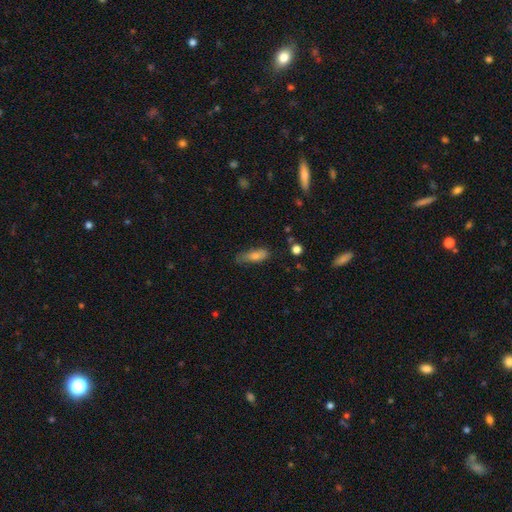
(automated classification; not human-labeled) Overall: smooth (67%). How rounded: cigar-shaped (49%; in between 48%). Merging: none (63%; minor disturbance 27%).